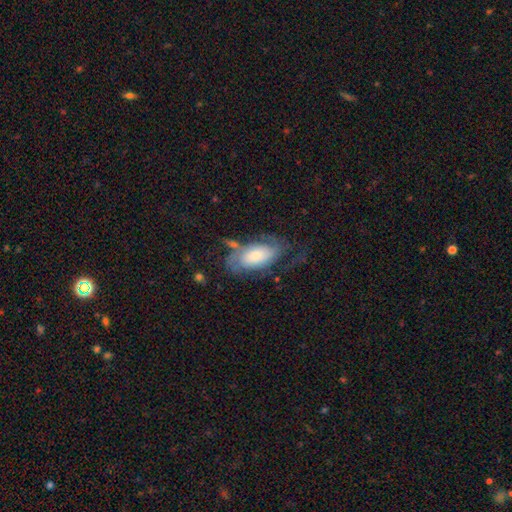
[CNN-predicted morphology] The model was most divided on "spiral winding": medium: 41%, tight: 36%, loose: 24%. Remaining: edge-on disk — no (93%); spiral arms — yes (88%); bar — no (68%); smooth or featured — featured or disk (62%); spiral arm count — 2 (56%); merging — none (47%); bulge size — large (36%).